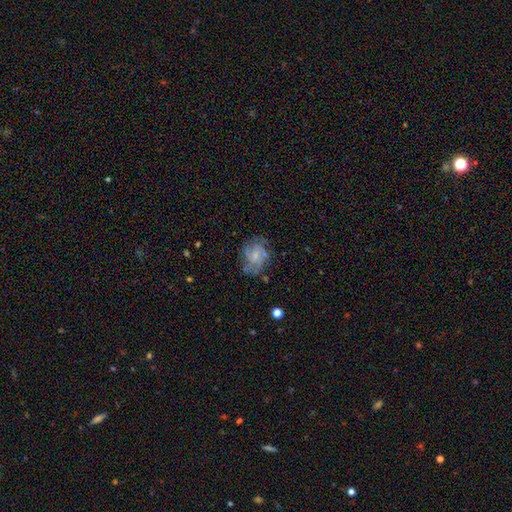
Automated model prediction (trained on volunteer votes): Morphology: type=featured or disk (64%); edge-on=no (98%); bar=no (69%); spiral arms=yes (83%); winding=medium (43%); arm count=can't tell (33%); bulge=small (61%); merging=none (63%).